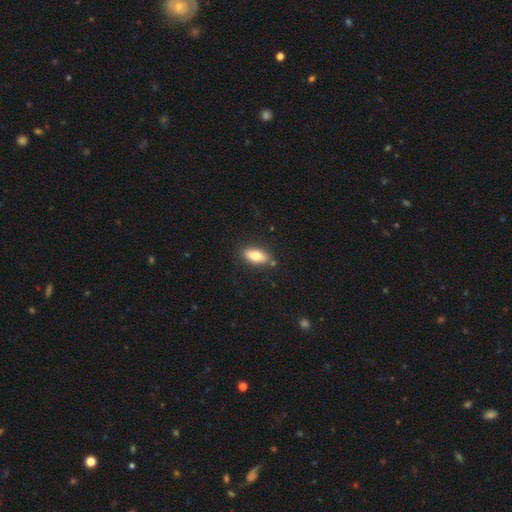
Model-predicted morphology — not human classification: smooth 76%, featured or disk 17%, star or artifact 7%. Down the decision tree: how rounded — in between (84%); merging — none (83%).